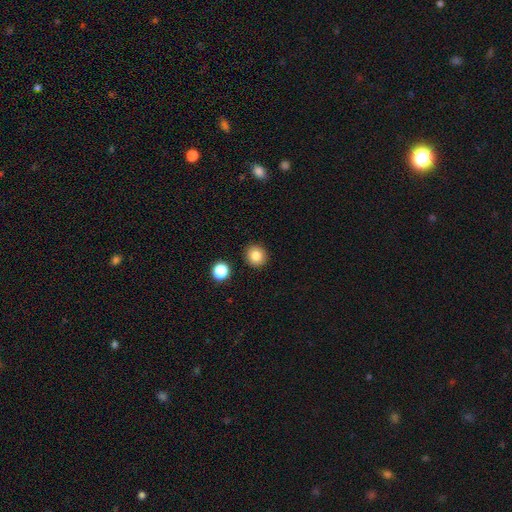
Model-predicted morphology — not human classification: This appears to be a smooth galaxy with no disk features (83%) that is round (89%). Merging: none (90%).